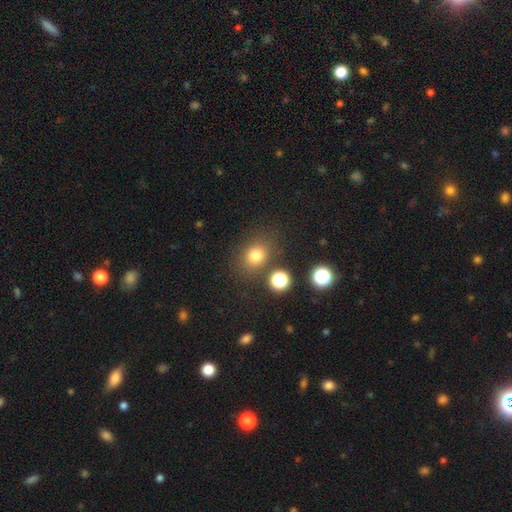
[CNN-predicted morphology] Smooth or featured: smooth — 77% (star or artifact — 16%)
How rounded: round — 60% (in between — 39%)
Merging: none — 77% (minor disturbance — 12%)